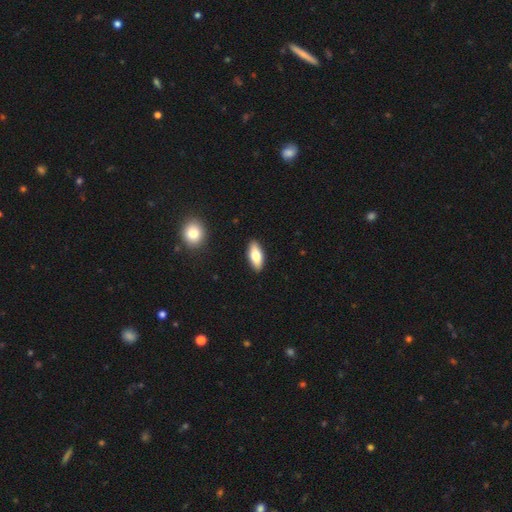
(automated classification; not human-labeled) smooth-or-featured: smooth: 74% | featured or disk: 20% | star or artifact: 6%
  how-rounded: in between: 78% | cigar-shaped: 19% | round: 2%
  merging: none: 90% | minor disturbance: 7% | major disturbance: 2% | merger: 1%